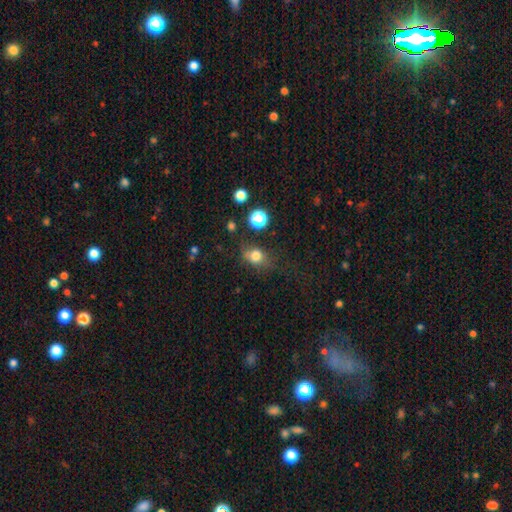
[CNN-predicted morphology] Smooth or featured? Predicted: smooth (p=0.76). How rounded? Predicted: round (p=0.50). Merging? Predicted: none (p=0.59).